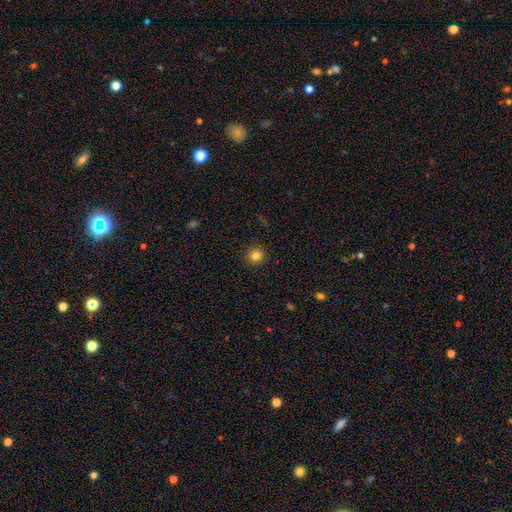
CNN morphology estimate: A smooth galaxy with no disk features (82%) that is round (92%). Merging: none (92%).